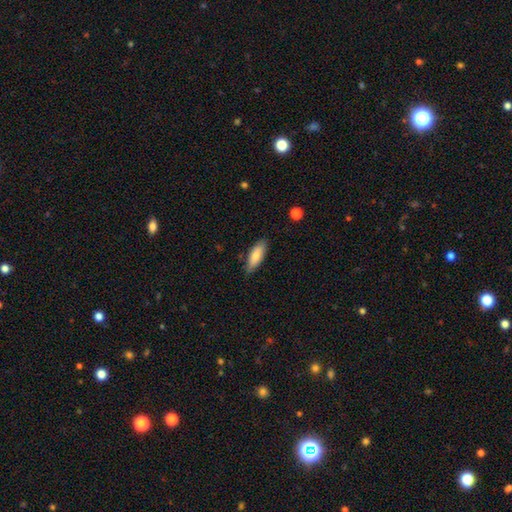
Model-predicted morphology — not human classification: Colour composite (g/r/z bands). It shows a smooth galaxy with no disk features (81%) that is in between round and cigar-shaped (64%). Merging: none (81%).